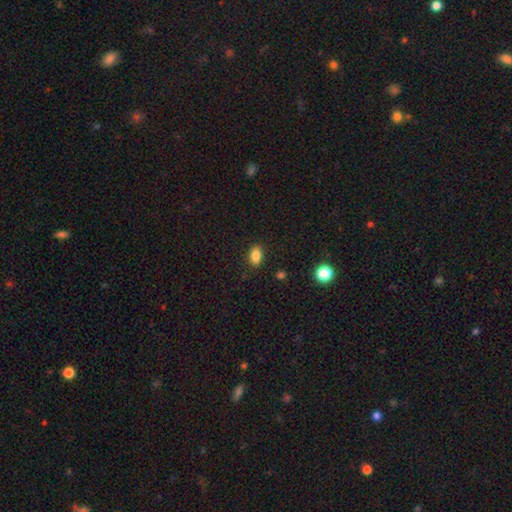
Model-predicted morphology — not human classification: The model was most divided on "how rounded": in between: 86%, round: 12%, cigar-shaped: 2%. More confident: merging — none (87%); smooth or featured — smooth (84%).